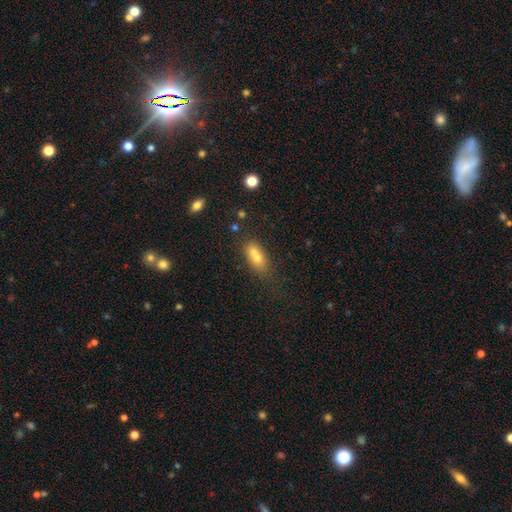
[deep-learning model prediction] This is likely a smooth galaxy (72%). How rounded: likely in between (74%). Merging: possibly none (48%).